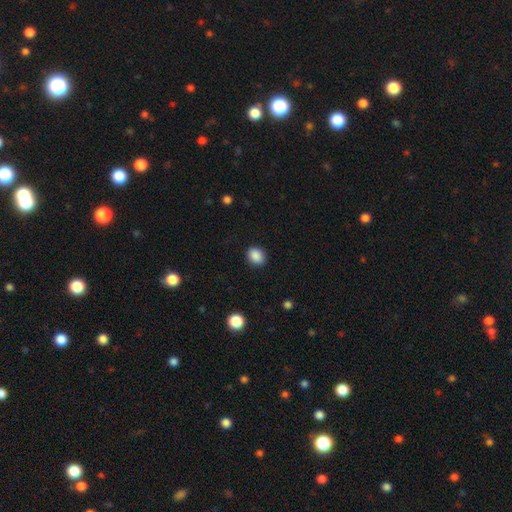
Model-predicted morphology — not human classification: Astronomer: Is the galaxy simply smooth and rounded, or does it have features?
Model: smooth — 88%.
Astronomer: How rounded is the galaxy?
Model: round — 56% (runner-up: in between, 43%).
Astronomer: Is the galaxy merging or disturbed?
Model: none — 89%.